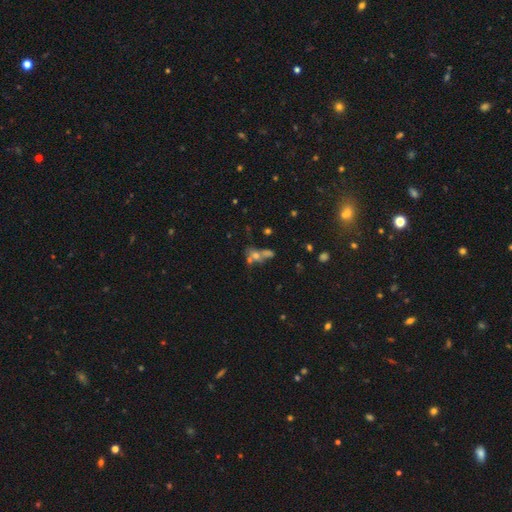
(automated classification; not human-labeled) Smooth or featured: smooth — 47% (featured or disk — 28%)
Merging: merger — 49% (none — 30%)